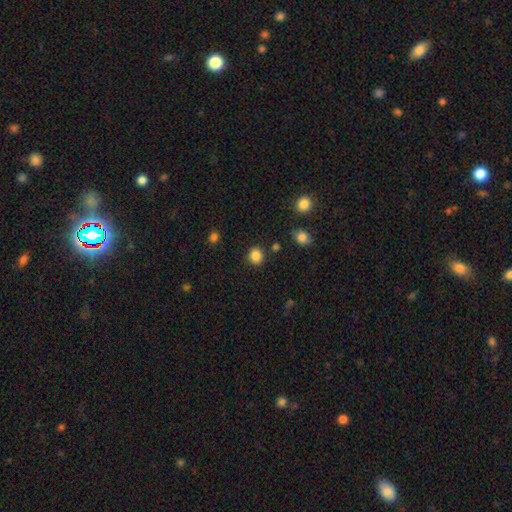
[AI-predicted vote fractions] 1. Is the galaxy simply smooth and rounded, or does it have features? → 86% smooth, 11% star or artifact, 4% featured or disk.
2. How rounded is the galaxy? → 76% round, 24% in between, 1% cigar-shaped.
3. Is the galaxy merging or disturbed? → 85% none, 9% minor disturbance, 3% merger, 3% major disturbance.